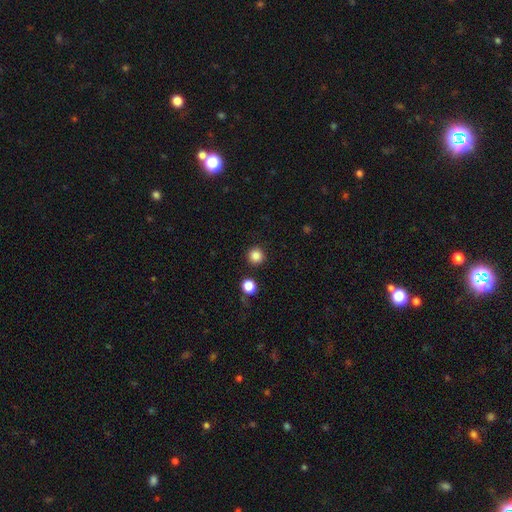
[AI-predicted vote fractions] Q: Smooth or featured?
A: smooth (85%); runner-up: star or artifact (11%)
Q: How rounded?
A: round (94%); runner-up: in between (5%)
Q: Merging?
A: none (89%); runner-up: minor disturbance (6%)